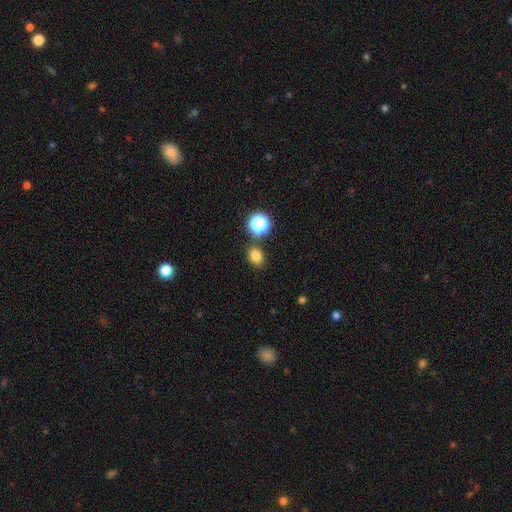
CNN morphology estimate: This is likely a smooth galaxy (79%). How rounded: possibly in between (52%). Merging: clearly none (80%).